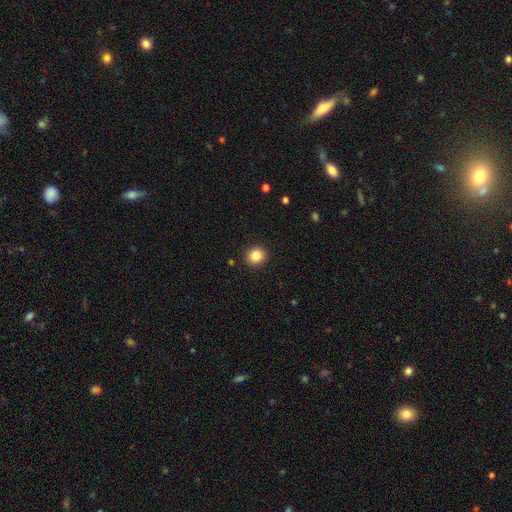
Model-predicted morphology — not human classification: smooth-or-featured: smooth: 85% | star or artifact: 10% | featured or disk: 5%
  how-rounded: round: 89% | in between: 10% | cigar-shaped: 1%
  merging: none: 92% | minor disturbance: 5% | major disturbance: 2% | merger: 1%